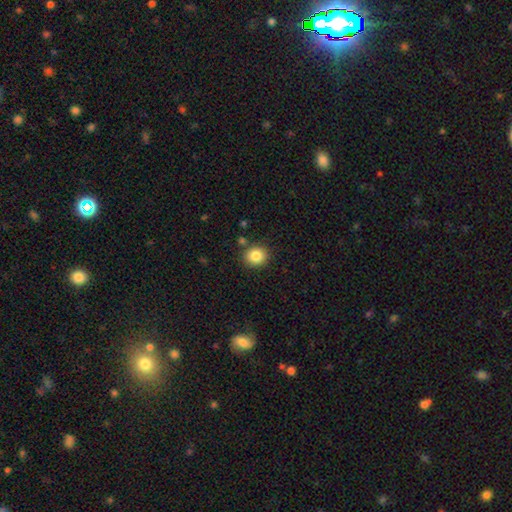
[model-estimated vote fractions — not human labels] Smooth or featured: smooth — 85% (star or artifact — 10%)
How rounded: round — 81% (in between — 18%)
Merging: none — 86% (minor disturbance — 8%)